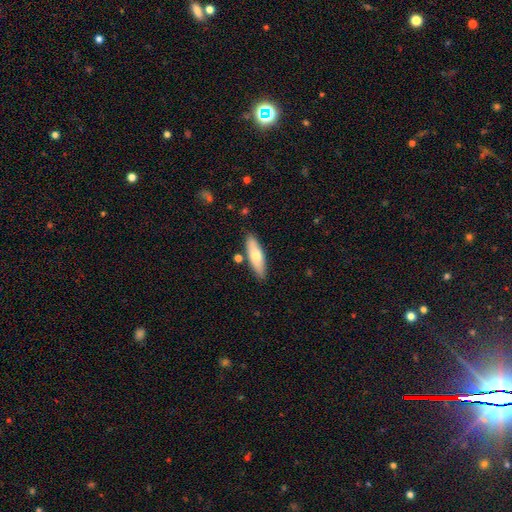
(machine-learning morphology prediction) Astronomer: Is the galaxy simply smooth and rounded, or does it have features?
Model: smooth — 67%.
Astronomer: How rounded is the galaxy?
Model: cigar-shaped — 51% (runner-up: in between, 47%).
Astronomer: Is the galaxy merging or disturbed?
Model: none — 82%.